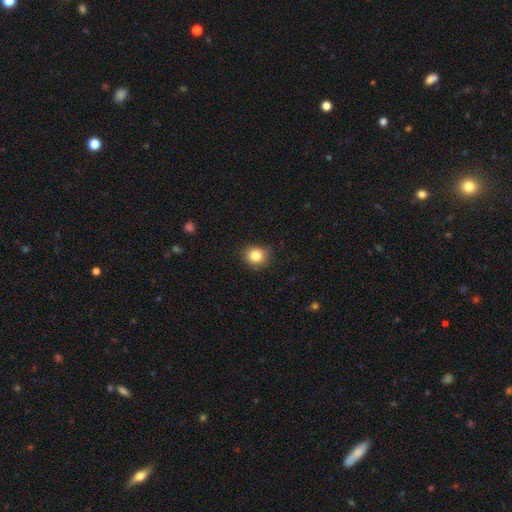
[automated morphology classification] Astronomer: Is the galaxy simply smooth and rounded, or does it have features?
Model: smooth — 83%.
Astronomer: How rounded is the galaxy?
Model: round — 77%.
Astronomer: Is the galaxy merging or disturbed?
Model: none — 84%.